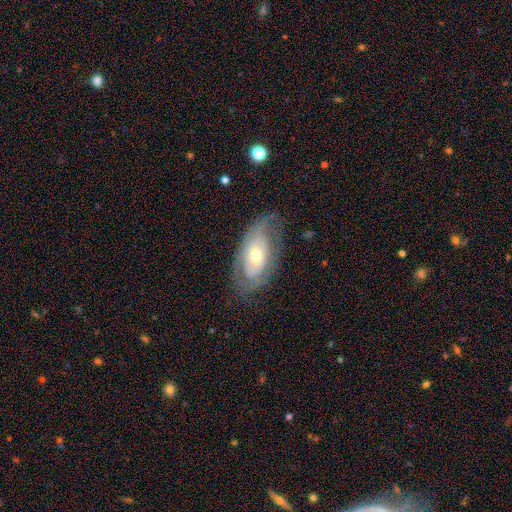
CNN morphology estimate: smooth_or_featured: featured or disk (p=0.68) [alt: smooth p=0.26]
disk_edge_on: no (p=0.91) [alt: yes p=0.09]
bar: no (p=0.77) [alt: weak p=0.18]
has_spiral_arms: yes (p=0.70) [alt: no p=0.30]
bulge_size: moderate (p=0.52) [alt: small p=0.42]
merging: none (p=0.64) [alt: minor disturbance p=0.22]